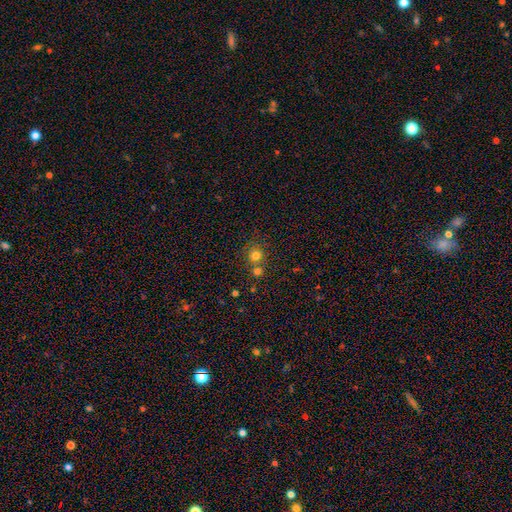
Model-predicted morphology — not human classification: The model was most divided on "merging": none: 59%, merger: 31%, minor disturbance: 7%, major disturbance: 3%. More confident: how rounded — round (89%); smooth or featured — smooth (76%).